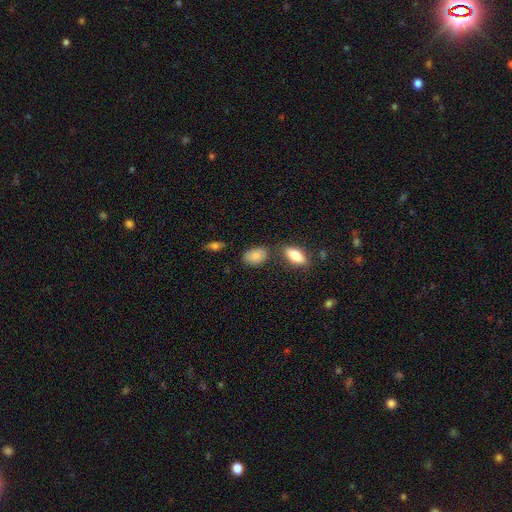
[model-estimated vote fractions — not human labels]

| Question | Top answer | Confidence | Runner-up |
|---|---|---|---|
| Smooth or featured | smooth | 85% | star or artifact (8%) |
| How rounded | in between | 85% | round (13%) |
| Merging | none | 70% | minor disturbance (19%) |